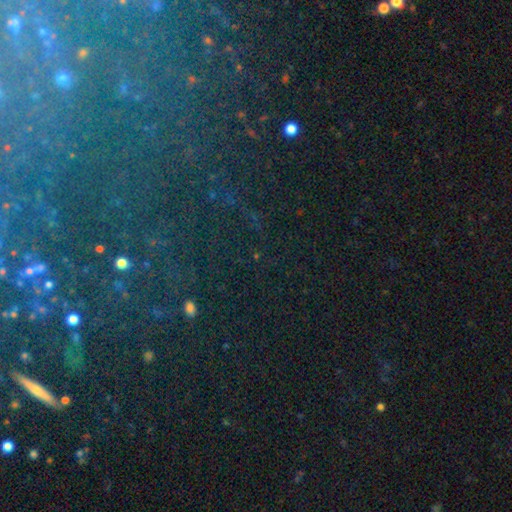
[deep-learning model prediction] Q: Smooth or featured?
A: star or artifact (73%); runner-up: featured or disk (15%)